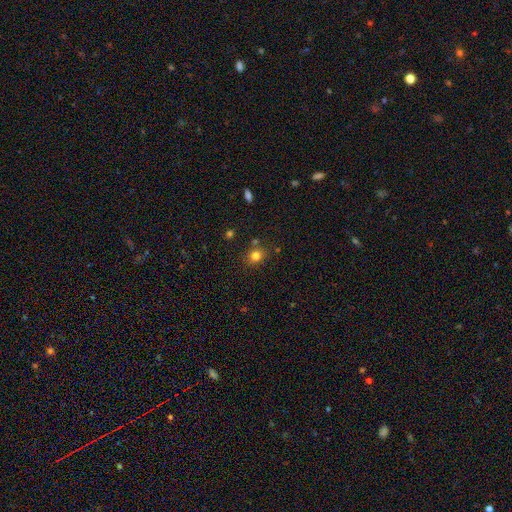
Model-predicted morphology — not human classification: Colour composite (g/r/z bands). It shows a smooth galaxy with no disk features (80%) that is round (70%). Merging: none (79%).